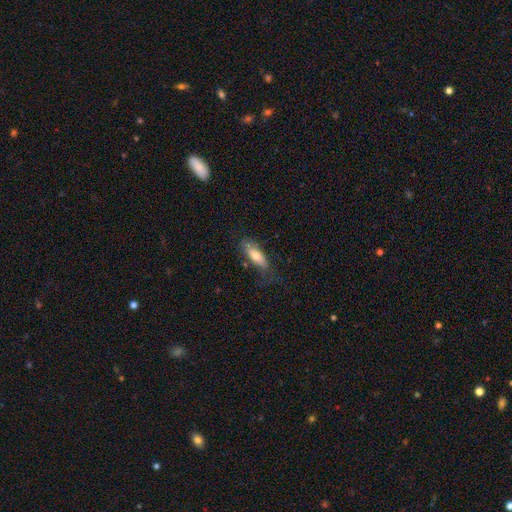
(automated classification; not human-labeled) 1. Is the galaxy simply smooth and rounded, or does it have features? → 69% smooth, 24% featured or disk, 6% star or artifact.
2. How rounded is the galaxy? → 58% in between, 40% cigar-shaped, 2% round.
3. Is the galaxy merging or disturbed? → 63% none, 25% minor disturbance, 10% major disturbance, 2% merger.